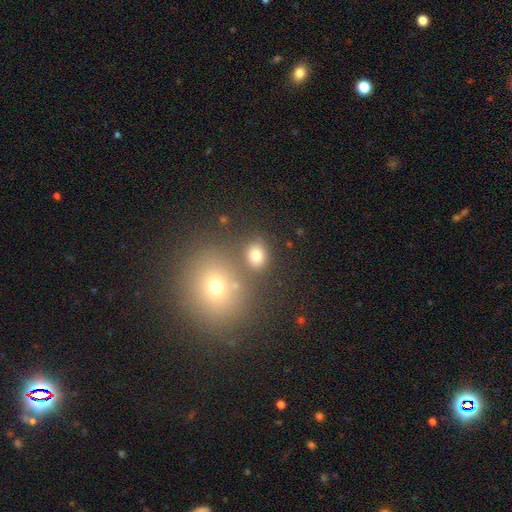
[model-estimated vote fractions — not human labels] Overall: smooth (74%). How rounded: round (58%; in between 41%). Merging: none (72%).